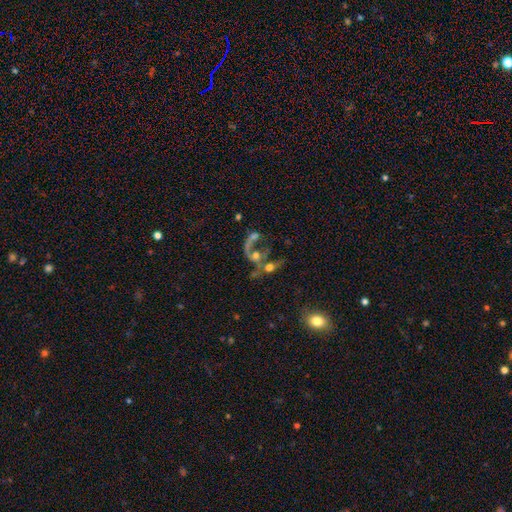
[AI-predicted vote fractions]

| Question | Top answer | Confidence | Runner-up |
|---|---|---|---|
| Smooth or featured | featured or disk | 60% | smooth (26%) |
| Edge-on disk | no | 95% | yes (5%) |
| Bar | no | 75% | weak (19%) |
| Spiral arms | yes | 54% | no (46%) |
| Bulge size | moderate | 41% | small (25%) |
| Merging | merger | 57% | major disturbance (20%) |